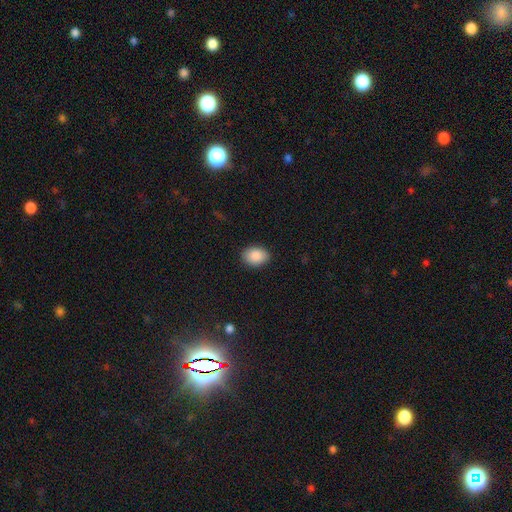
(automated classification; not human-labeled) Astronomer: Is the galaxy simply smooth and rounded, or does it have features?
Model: smooth — 89%.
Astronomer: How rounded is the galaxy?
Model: in between — 75%.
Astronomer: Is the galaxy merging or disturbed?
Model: none — 88%.